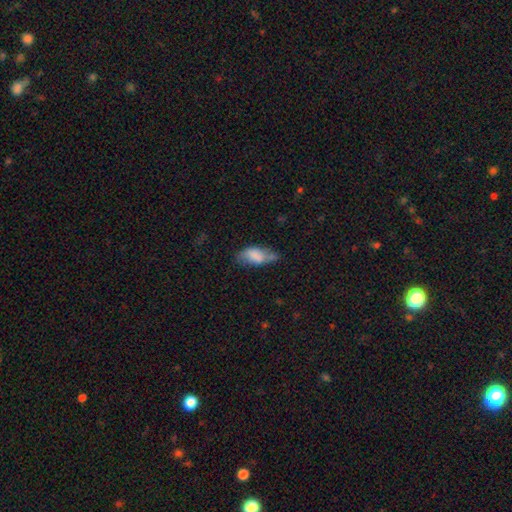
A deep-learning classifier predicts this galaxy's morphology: Q: Smooth or featured?
A: smooth (74%); runner-up: featured or disk (18%)
Q: How rounded?
A: in between (88%); runner-up: cigar-shaped (8%)
Q: Merging?
A: none (41%); runner-up: minor disturbance (35%)